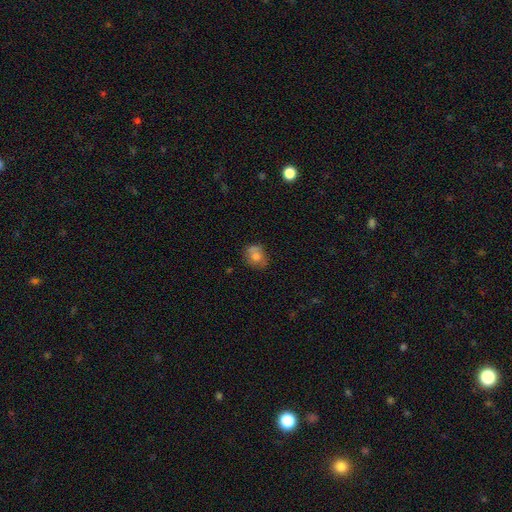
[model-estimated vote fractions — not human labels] This is likely a smooth galaxy (71%). How rounded: likely round (63%). Merging: likely none (61%).